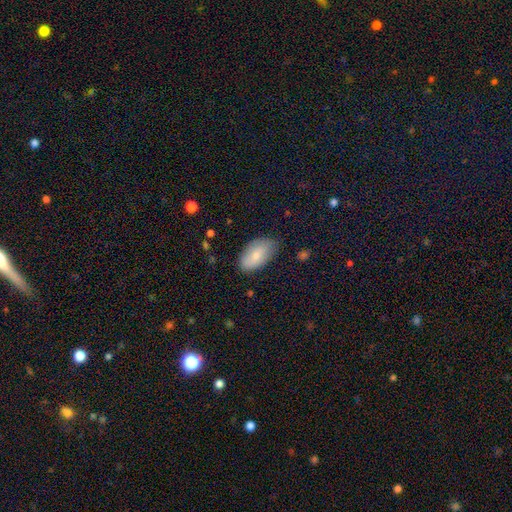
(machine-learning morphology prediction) This is likely a smooth galaxy (75%). How rounded: clearly in between (94%). Merging: likely none (75%).